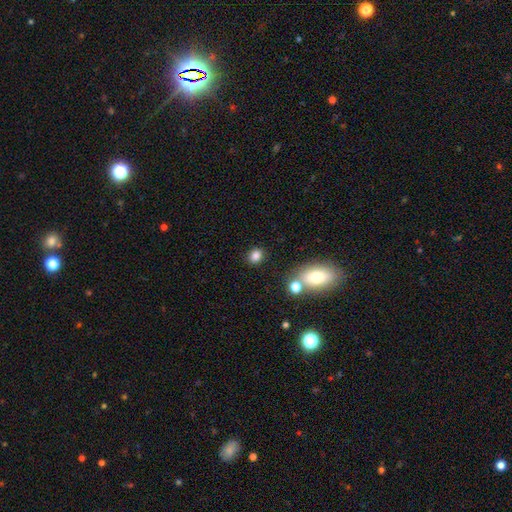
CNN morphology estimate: Smooth or featured: smooth — 83% (star or artifact — 12%)
How rounded: round — 51% (in between — 47%)
Merging: none — 80% (minor disturbance — 10%)